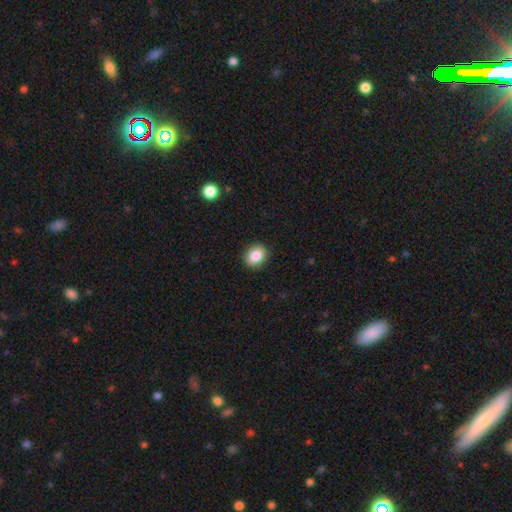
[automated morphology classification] smooth_or_featured: smooth (p=0.85) [alt: star or artifact p=0.09]
how_rounded: round (p=0.53) [alt: in between p=0.46]
merging: none (p=0.90) [alt: minor disturbance p=0.07]